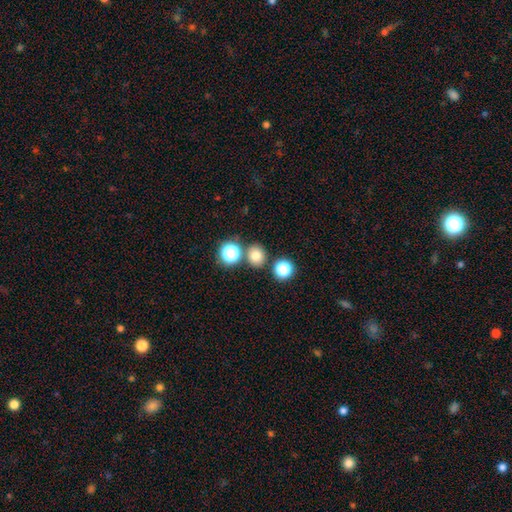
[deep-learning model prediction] Smooth or featured?
  - smooth: 74% *
  - star or artifact: 19%
  - featured or disk: 7%
How rounded?
  - round: 81% *
  - in between: 18%
  - cigar-shaped: 1%
Merging?
  - none: 77% *
  - merger: 13%
  - minor disturbance: 7%
  - major disturbance: 3%